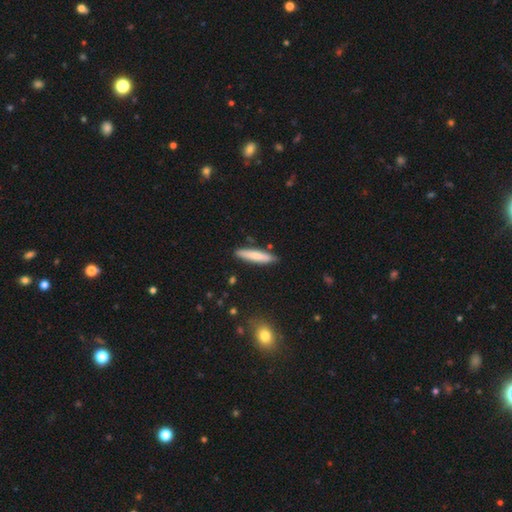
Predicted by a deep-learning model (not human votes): smooth-or-featured: smooth: 74% | featured or disk: 20% | star or artifact: 6%
  how-rounded: cigar-shaped: 85% | in between: 14% | round: 1%
  merging: none: 85% | minor disturbance: 11% | merger: 2% | major disturbance: 2%